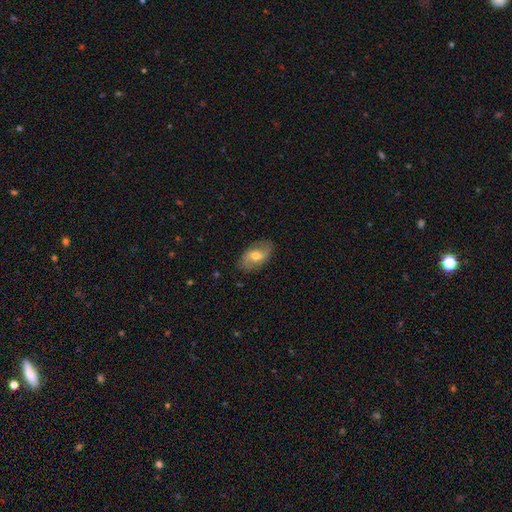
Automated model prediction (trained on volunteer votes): A featured or disk galaxy (56%) with a weak bar (45%), spiral arms (79%) and a moderate central bulge (70%).

Vote fractions:
- Smooth or featured? featured or disk: 56% / smooth: 38% / star or artifact: 7%
- Edge-on disk? no: 93% / yes: 7%
- Bar? weak: 45% / no: 40% / strong: 15%
- Spiral arms? yes: 79% / no: 21%
- Bulge size? moderate: 70% / small: 22% / large: 6% / none: 1% / dominant: 1%
- Merging? none: 81% / minor disturbance: 14% / major disturbance: 4% / merger: 1%